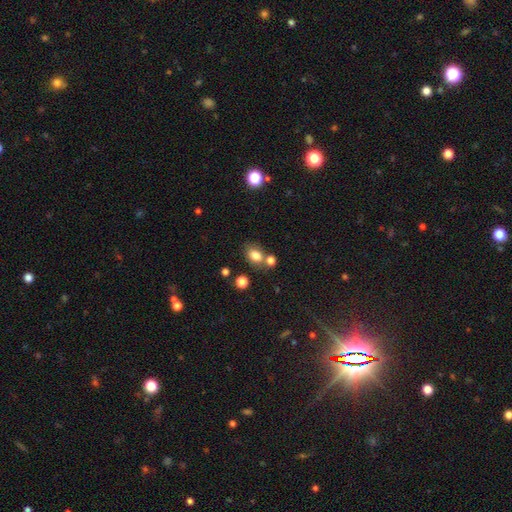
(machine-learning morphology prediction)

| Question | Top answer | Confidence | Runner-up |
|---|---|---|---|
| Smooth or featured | smooth | 80% | star or artifact (12%) |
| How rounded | in between | 69% | round (29%) |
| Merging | none | 60% | merger (22%) |